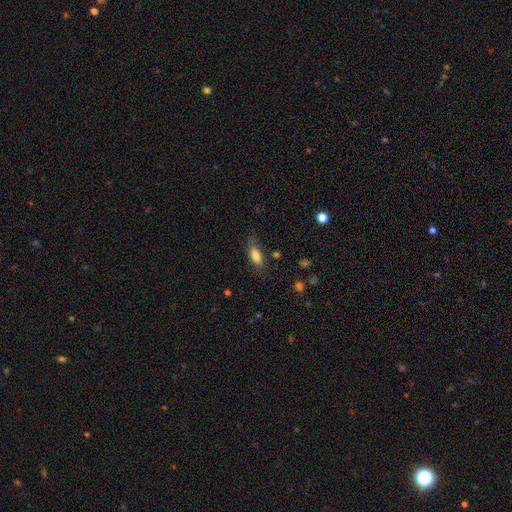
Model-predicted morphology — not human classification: This appears to be a smooth galaxy with no disk features (81%) that is in between round and cigar-shaped (77%). Merging: none (71%).